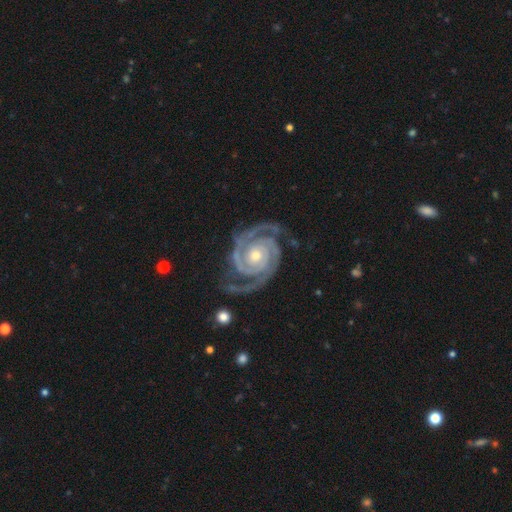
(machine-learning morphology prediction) This is clearly a featured or disk galaxy (94%). It is clearly not viewed edge-on (98%). Bar: likely no (71%). Spiral arm pattern: clearly yes (99%). Spiral arm count: likely 2 (76%). Spiral winding: likely tight (73%). Central bulge: possibly moderate (57%). Merging: likely none (76%).